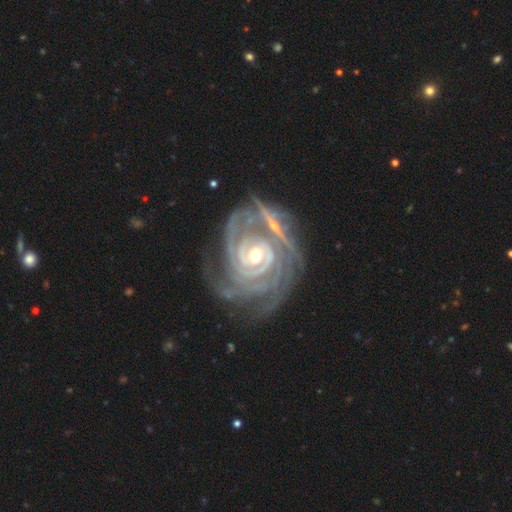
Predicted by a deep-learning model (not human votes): A featured or disk galaxy (92%) with no bar (48%), 3 (26%) tight (79%) spiral arms (98%) and a moderate central bulge (63%). Merging: none (44%).